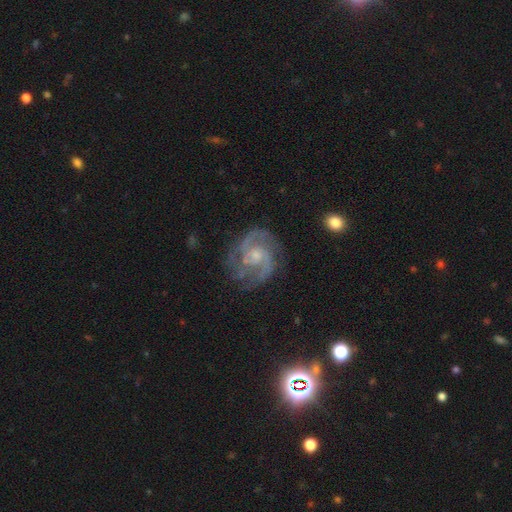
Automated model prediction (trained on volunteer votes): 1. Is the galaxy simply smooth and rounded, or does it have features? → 89% featured or disk, 6% smooth, 6% star or artifact.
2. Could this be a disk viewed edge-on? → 98% no, 2% yes.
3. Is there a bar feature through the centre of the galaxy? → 59% no, 35% weak, 6% strong.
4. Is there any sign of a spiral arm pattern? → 97% yes, 3% no.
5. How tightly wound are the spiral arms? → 51% medium, 38% tight, 11% loose.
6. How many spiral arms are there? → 61% 2, 19% 3, 10% can't tell, 4% 4, 3% 1, 3% more than 4.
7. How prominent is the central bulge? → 48% small, 39% moderate, 9% none, 3% large, 1% dominant.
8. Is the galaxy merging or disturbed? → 69% none, 19% minor disturbance, 10% major disturbance, 2% merger.